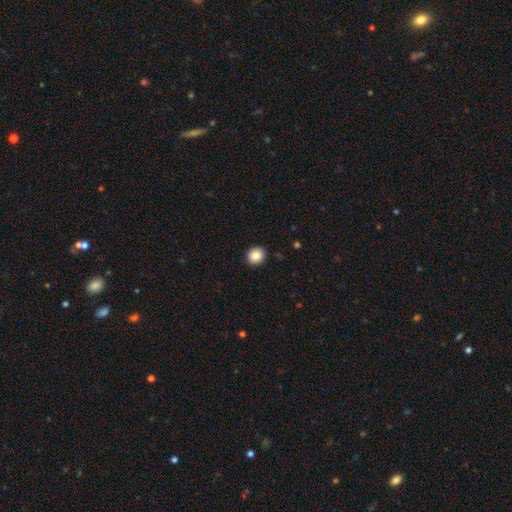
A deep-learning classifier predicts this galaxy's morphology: A smooth galaxy with no disk features (87%) that is round (86%). Merging: none (92%).